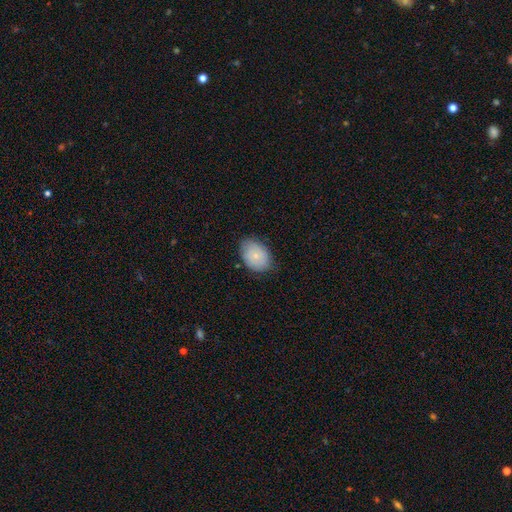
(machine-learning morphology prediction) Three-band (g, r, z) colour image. It shows a smooth galaxy with no disk features (76%) that is in between round and cigar-shaped (74%). Merging: none (75%).